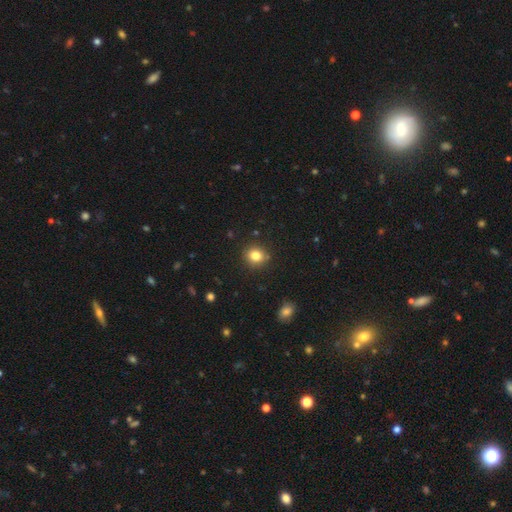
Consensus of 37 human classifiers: Smooth or featured?
  - smooth: 95% *
  - star or artifact: 5%
  - featured or disk: 0%
How rounded?
  - round: 71% *
  - in between: 29%
  - cigar-shaped: 0%
Merging?
  - none: 94% *
  - minor disturbance: 6%
  - major disturbance: 0%
  - merger: 0%